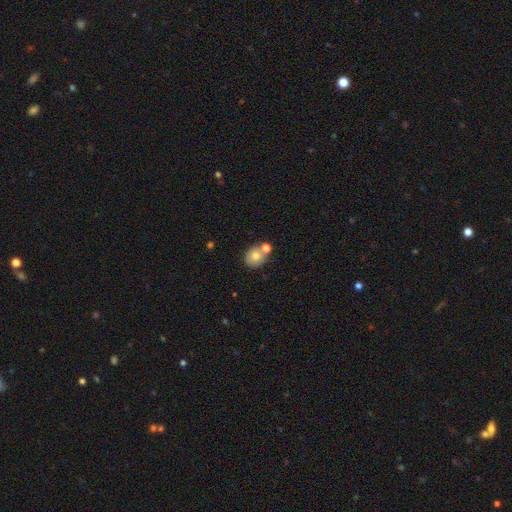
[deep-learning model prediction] smooth-or-featured: smooth: 75% | featured or disk: 15% | star or artifact: 10%
  how-rounded: round: 74% | in between: 25% | cigar-shaped: 1%
  merging: none: 54% | merger: 32% | minor disturbance: 11% | major disturbance: 3%